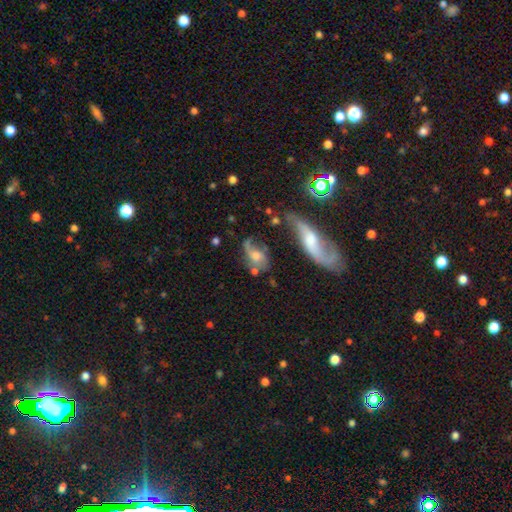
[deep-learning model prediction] This appears to be a featured or disk galaxy (55%). Merging: none (40%).